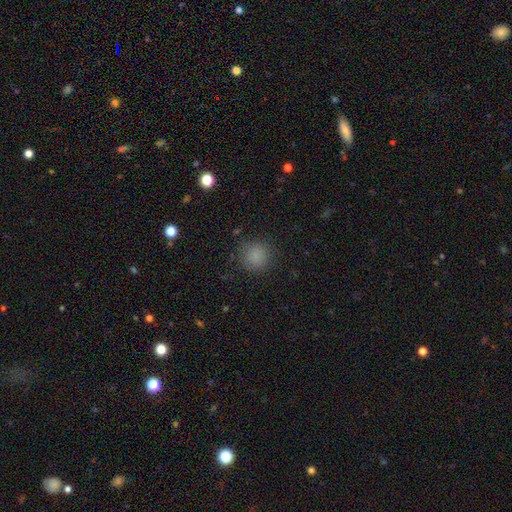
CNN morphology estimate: Smooth or featured? smooth (84%)
How rounded? round (92%)
Merging? none (86%)